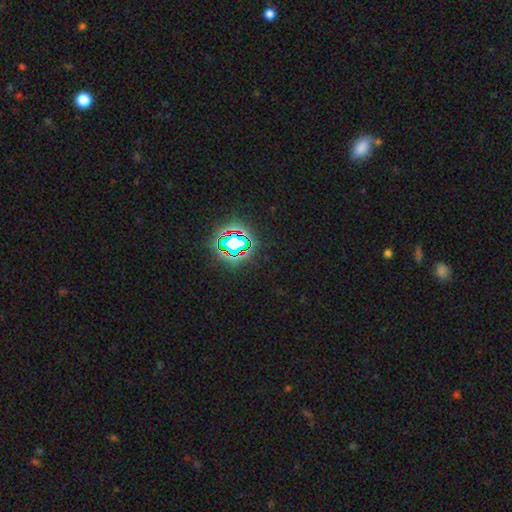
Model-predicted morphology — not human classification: A star or artifact, not a galaxy (80%).